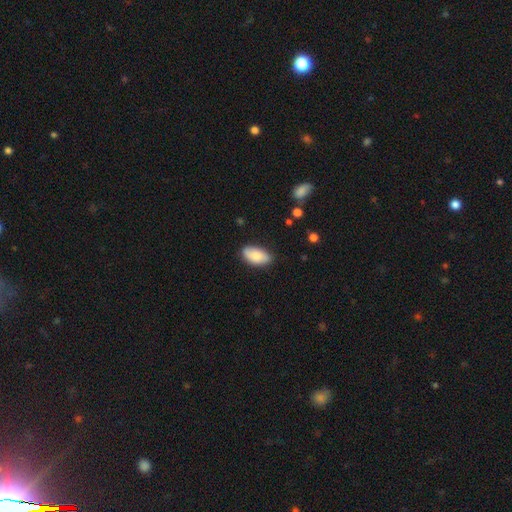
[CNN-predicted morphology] Smooth or featured? Predicted: smooth (p=0.83). How rounded? Predicted: in between (p=0.94). Merging? Predicted: none (p=0.79).